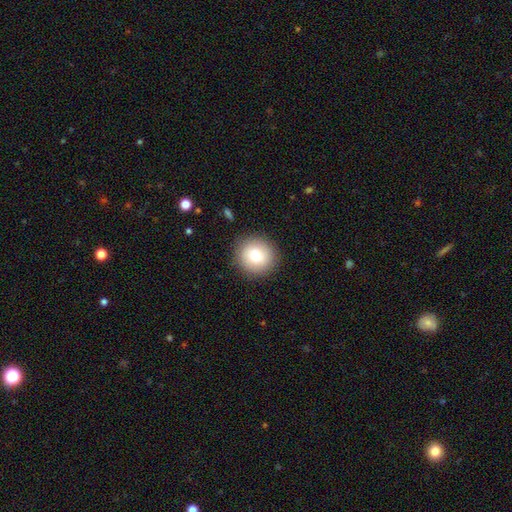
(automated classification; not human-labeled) Morphology: type=smooth (76%); roundness=round (93%); merging=none (90%).